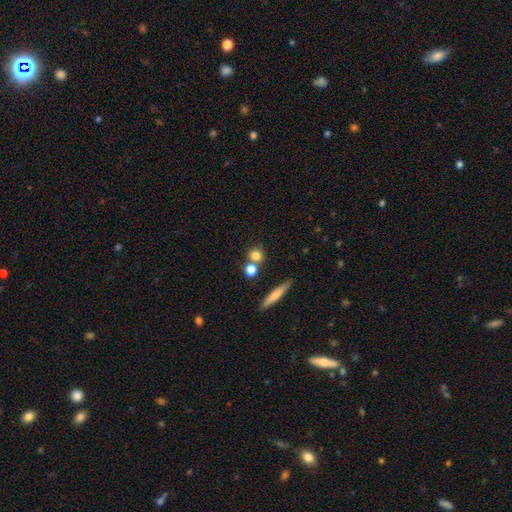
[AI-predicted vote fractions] A smooth galaxy with no disk features (78%) that is round (80%). Merging: none (62%).